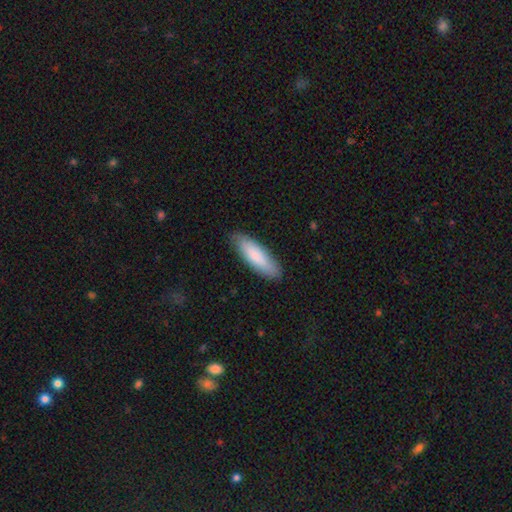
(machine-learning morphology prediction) smooth 84%, featured or disk 11%, star or artifact 5%. Down the decision tree: how rounded — cigar-shaped (55%); merging — none (85%).